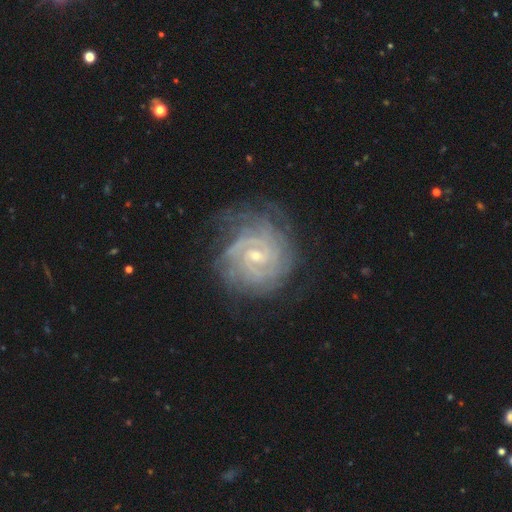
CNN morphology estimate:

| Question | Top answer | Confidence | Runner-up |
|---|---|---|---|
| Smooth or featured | featured or disk | 88% | star or artifact (6%) |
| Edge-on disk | no | 98% | yes (2%) |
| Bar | weak | 52% | no (34%) |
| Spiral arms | yes | 97% | no (3%) |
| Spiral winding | tight | 77% | medium (20%) |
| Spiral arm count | can't tell | 32% | 2 (21%) |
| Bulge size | small | 68% | moderate (28%) |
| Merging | none | 71% | minor disturbance (19%) |